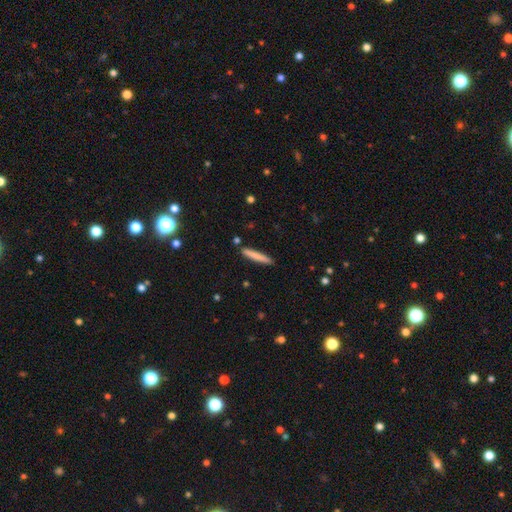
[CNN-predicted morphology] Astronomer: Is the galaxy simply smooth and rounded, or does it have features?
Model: smooth — 78%.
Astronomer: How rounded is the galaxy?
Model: cigar-shaped — 95%.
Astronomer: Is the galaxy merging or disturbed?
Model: none — 88%.